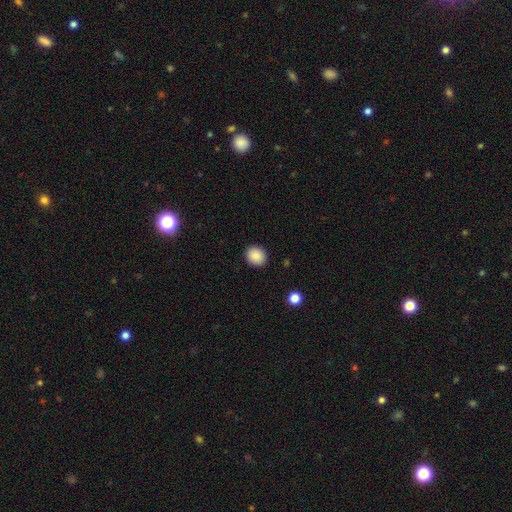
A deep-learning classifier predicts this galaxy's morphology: The model was most divided on "how rounded": round: 75%, in between: 24%, cigar-shaped: 1%. More confident: merging — none (91%); smooth or featured — smooth (88%).